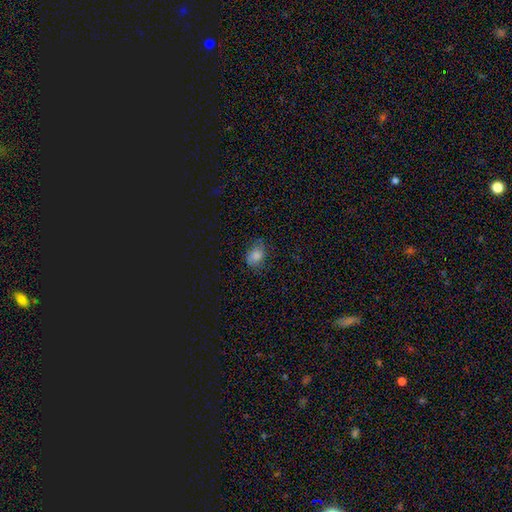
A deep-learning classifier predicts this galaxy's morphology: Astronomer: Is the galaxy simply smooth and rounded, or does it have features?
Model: smooth — 80%.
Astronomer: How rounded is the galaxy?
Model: in between — 62%.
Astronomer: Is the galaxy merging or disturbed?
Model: none — 70%.